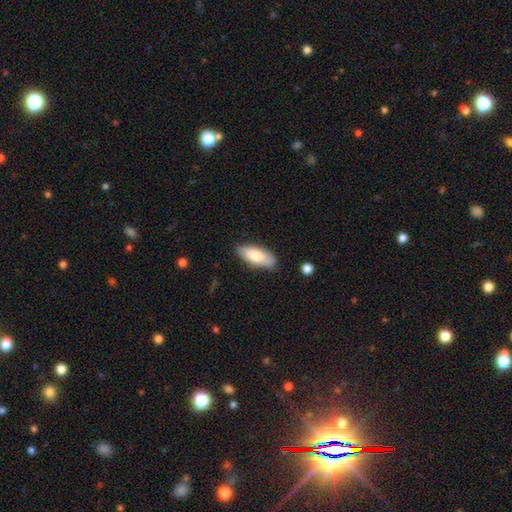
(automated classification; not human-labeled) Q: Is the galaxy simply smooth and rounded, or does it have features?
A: smooth — 80%.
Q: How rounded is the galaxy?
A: in between — 81%.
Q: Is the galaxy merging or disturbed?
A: none — 84%.